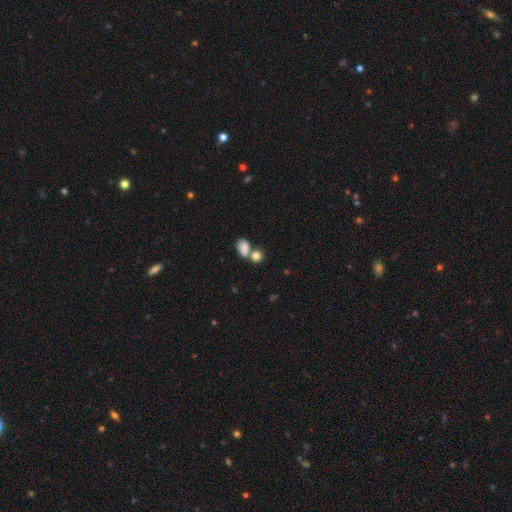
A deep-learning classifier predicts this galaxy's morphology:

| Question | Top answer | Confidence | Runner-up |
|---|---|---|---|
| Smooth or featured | smooth | 83% | star or artifact (9%) |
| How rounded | in between | 50% | round (49%) |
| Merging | merger | 47% | none (39%) |